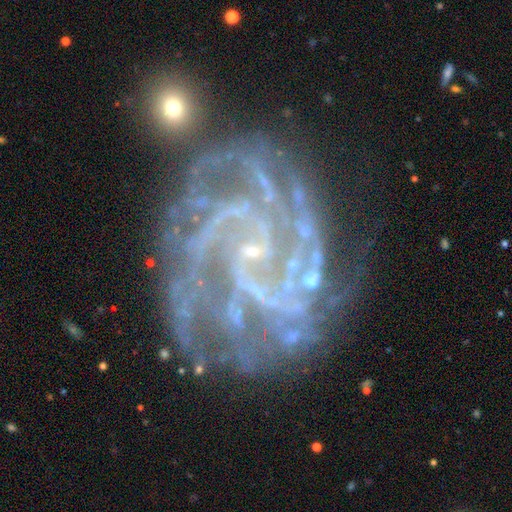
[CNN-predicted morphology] Q: Smooth or featured?
A: featured or disk (90%); runner-up: star or artifact (6%)
Q: Edge-on disk?
A: no (98%); runner-up: yes (2%)
Q: Bar?
A: no (56%); runner-up: weak (30%)
Q: Spiral arms?
A: yes (98%); runner-up: no (2%)
Q: Spiral winding?
A: tight (63%); runner-up: medium (31%)
Q: Spiral arm count?
A: 4 (23%); runner-up: 3 (21%)
Q: Bulge size?
A: small (78%); runner-up: none (15%)
Q: Merging?
A: none (68%); runner-up: minor disturbance (18%)